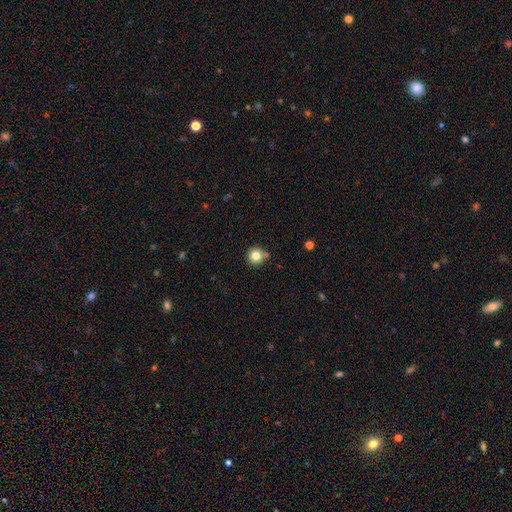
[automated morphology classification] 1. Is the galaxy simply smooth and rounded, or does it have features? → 81% smooth, 11% star or artifact, 8% featured or disk.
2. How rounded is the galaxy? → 93% round, 6% in between, 1% cigar-shaped.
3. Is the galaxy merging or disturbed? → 76% none, 11% minor disturbance, 10% merger, 3% major disturbance.